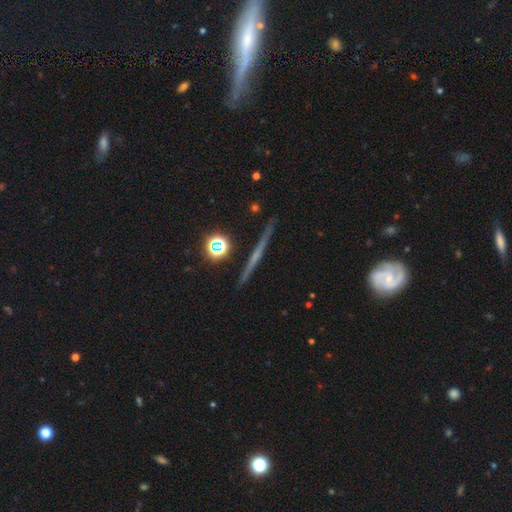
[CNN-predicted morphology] smooth_or_featured: featured or disk (p=0.72) [alt: smooth p=0.18]
disk_edge_on: yes (p=0.97) [alt: no p=0.03]
edge_on_bulge: none (p=0.56) [alt: rounded p=0.34]
merging: none (p=0.90) [alt: minor disturbance p=0.06]